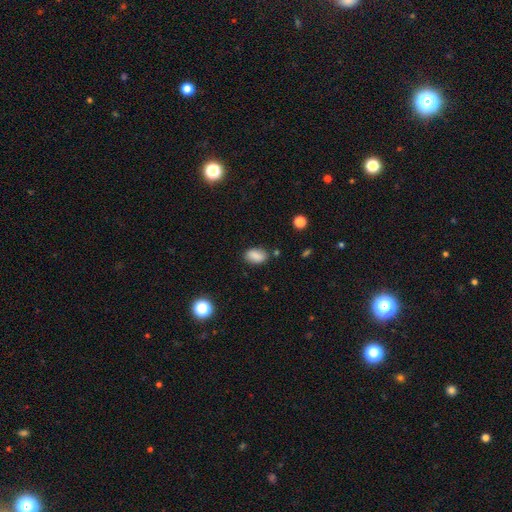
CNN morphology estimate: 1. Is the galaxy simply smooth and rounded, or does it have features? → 86% smooth, 9% star or artifact, 5% featured or disk.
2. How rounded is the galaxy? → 88% in between, 10% round, 2% cigar-shaped.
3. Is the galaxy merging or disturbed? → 79% none, 14% minor disturbance, 3% merger, 3% major disturbance.